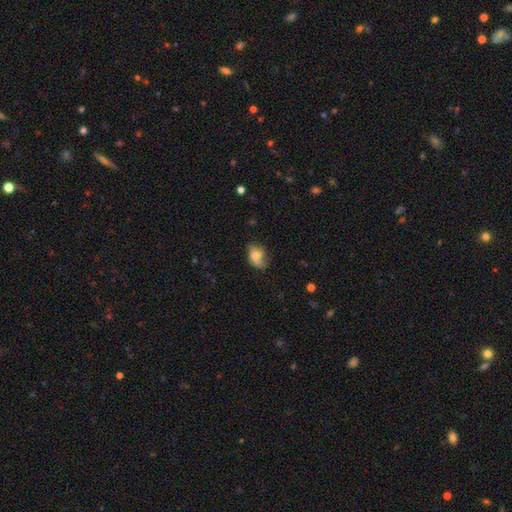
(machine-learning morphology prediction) Smooth or featured? smooth (55%)
How rounded? in between (76%)
Merging? none (45%)